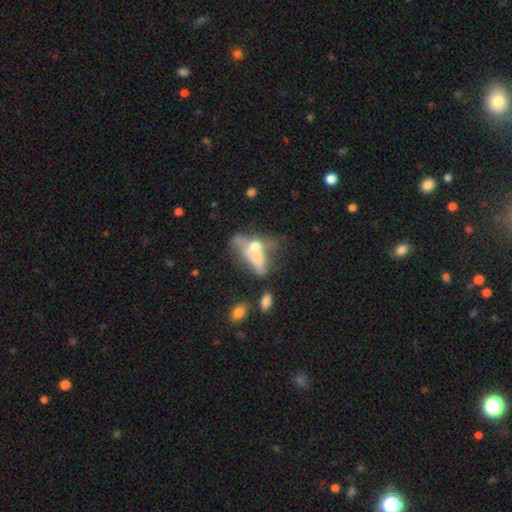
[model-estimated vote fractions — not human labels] This is possibly a featured or disk galaxy (45%). Merging: possibly merger (57%).